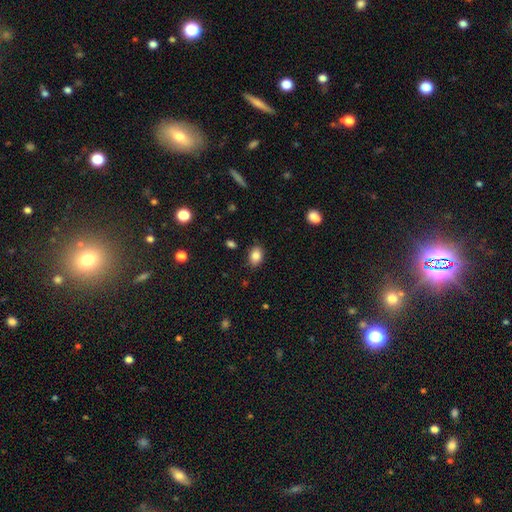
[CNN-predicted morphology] smooth-or-featured: smooth: 85% | star or artifact: 9% | featured or disk: 6%
  how-rounded: in between: 78% | round: 20% | cigar-shaped: 1%
  merging: none: 85% | minor disturbance: 11% | major disturbance: 3% | merger: 2%